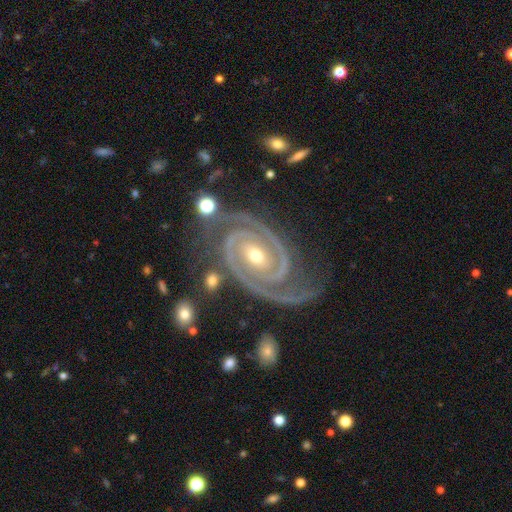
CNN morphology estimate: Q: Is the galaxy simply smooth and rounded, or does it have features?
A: featured or disk — 94%.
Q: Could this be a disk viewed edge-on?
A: no — 98%.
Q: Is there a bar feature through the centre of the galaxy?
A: no — 56%.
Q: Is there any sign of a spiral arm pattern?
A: yes — 99%.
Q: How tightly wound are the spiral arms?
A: tight — 78%.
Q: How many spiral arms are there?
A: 2 — 89%.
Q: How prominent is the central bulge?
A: moderate — 51%.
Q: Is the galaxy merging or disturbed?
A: none — 73%.